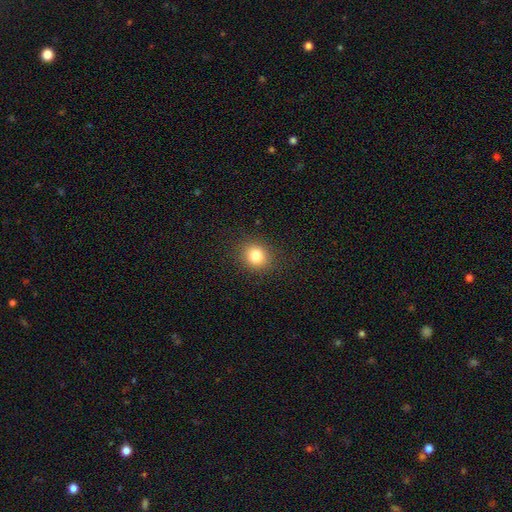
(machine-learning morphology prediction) Smooth or featured? Predicted: smooth (p=0.82). How rounded? Predicted: round (p=0.75). Merging? Predicted: none (p=0.89).